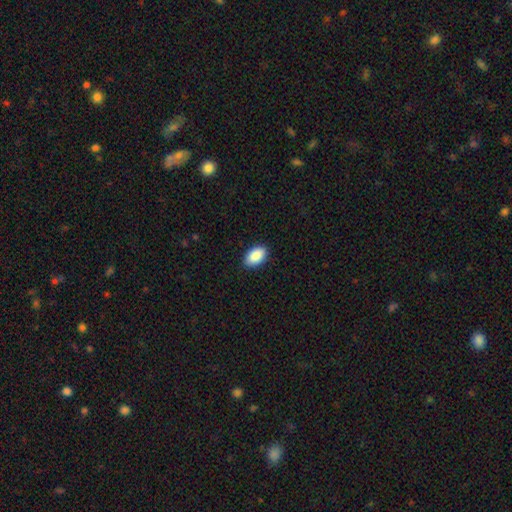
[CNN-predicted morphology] A smooth galaxy with no disk features (90%) that is in between round and cigar-shaped (94%). Merging: none (88%).